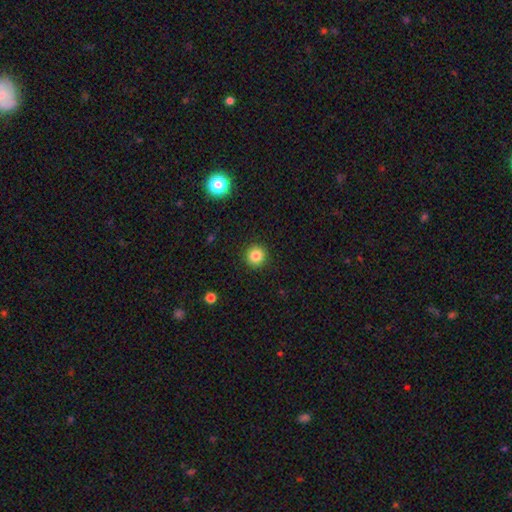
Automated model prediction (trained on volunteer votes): Smooth or featured? Predicted: smooth (p=0.84). How rounded? Predicted: round (p=0.94). Merging? Predicted: none (p=0.92).